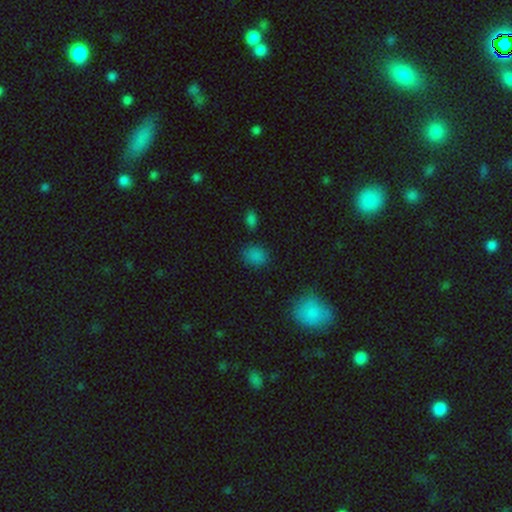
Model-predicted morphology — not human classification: smooth 82%, star or artifact 14%, featured or disk 4%. Down the decision tree: how rounded — round (52%); merging — none (77%).